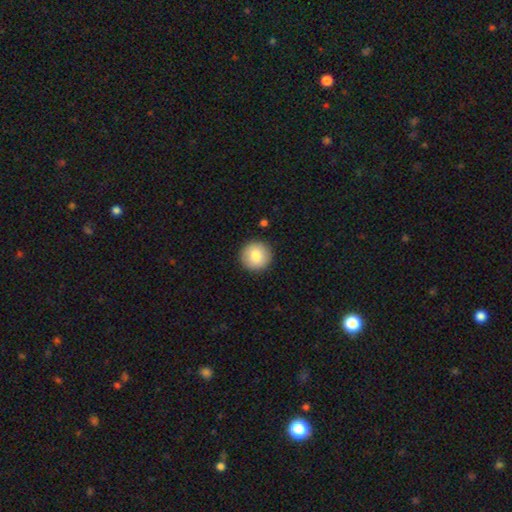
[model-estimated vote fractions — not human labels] A smooth galaxy with no disk features (83%) that is round (95%). Merging: none (91%).